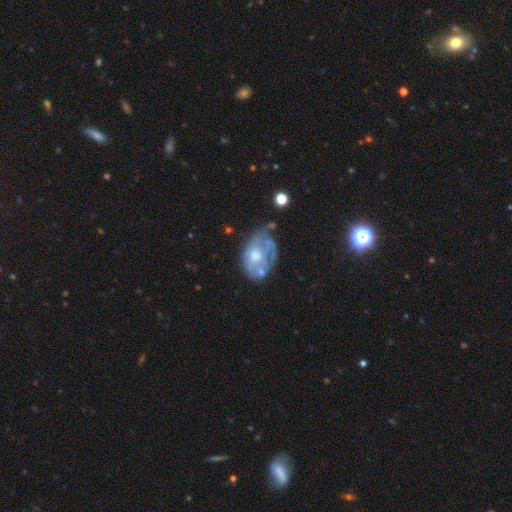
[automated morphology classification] This appears to be a featured or disk galaxy (65%) with no bar (82%), no spiral arms (54%) and a moderate central bulge (60%). Merging: none (34%).